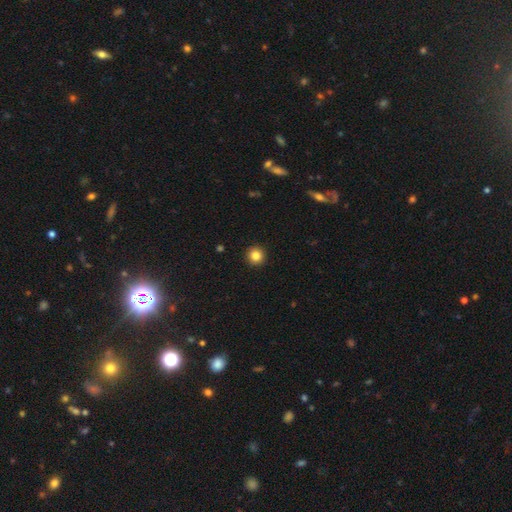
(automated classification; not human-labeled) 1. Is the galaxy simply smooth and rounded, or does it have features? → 85% smooth, 11% star or artifact, 5% featured or disk.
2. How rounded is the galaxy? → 94% round, 5% in between, 1% cigar-shaped.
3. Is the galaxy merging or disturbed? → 93% none, 4% minor disturbance, 1% major disturbance, 1% merger.